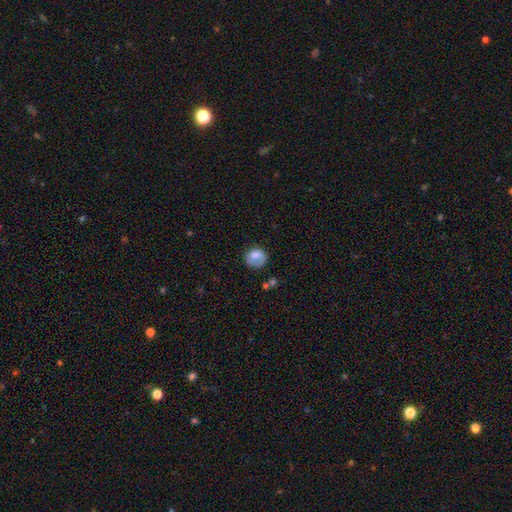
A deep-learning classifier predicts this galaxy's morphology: type=smooth (73%); roundness=round (72%); merging=none (51%).